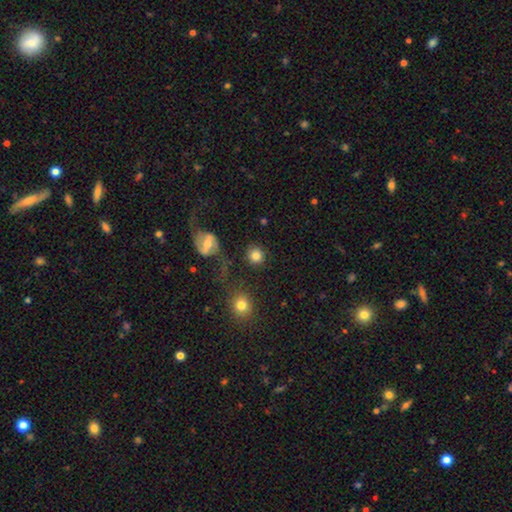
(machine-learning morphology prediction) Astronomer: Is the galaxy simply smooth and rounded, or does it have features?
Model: smooth — 83%.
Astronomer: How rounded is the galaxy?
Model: round — 91%.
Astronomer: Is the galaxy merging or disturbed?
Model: none — 80%.